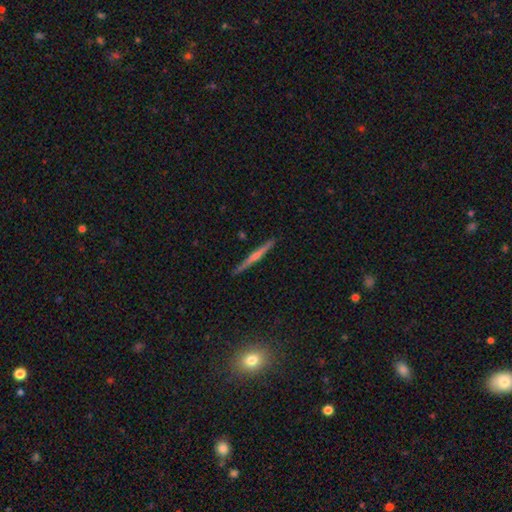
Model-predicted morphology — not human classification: A featured or disk galaxy (69%) viewed edge-on (98%) with a rounded central bulge (71%).

Vote fractions:
- Smooth or featured? featured or disk: 69% / smooth: 24% / star or artifact: 7%
- Edge-on disk? yes: 98% / no: 2%
- Edge-on bulge? rounded: 71% / none: 22% / boxy: 7%
- Merging? none: 91% / minor disturbance: 7% / major disturbance: 1% / merger: 1%